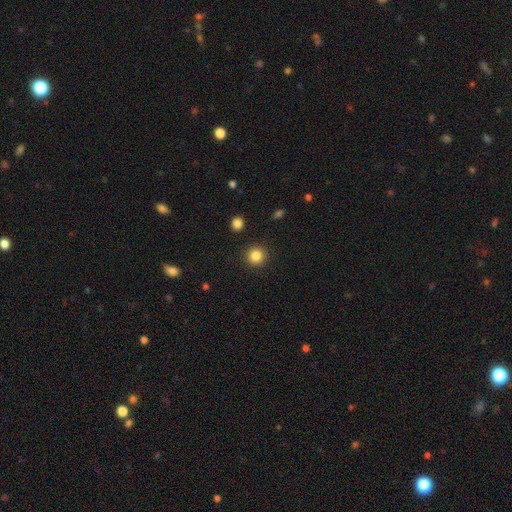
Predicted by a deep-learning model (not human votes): This appears to be a smooth galaxy with no disk features (85%) that is round (94%). Merging: none (91%).